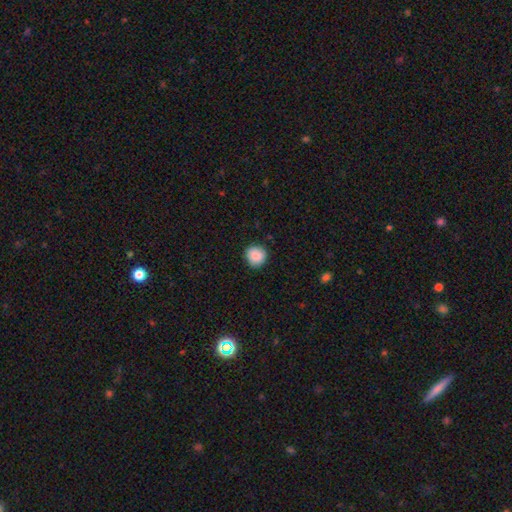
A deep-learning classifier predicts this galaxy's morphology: A smooth galaxy with no disk features (89%) that is round (89%). Merging: none (88%).